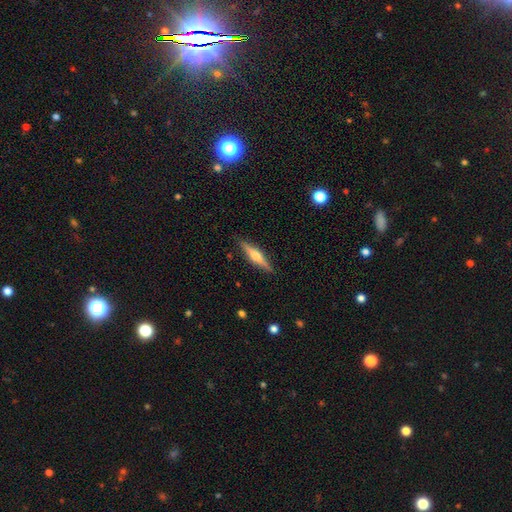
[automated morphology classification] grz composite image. It shows a featured or disk galaxy (64%) viewed edge-on (97%) with a rounded central bulge (92%). Merging: none (90%).